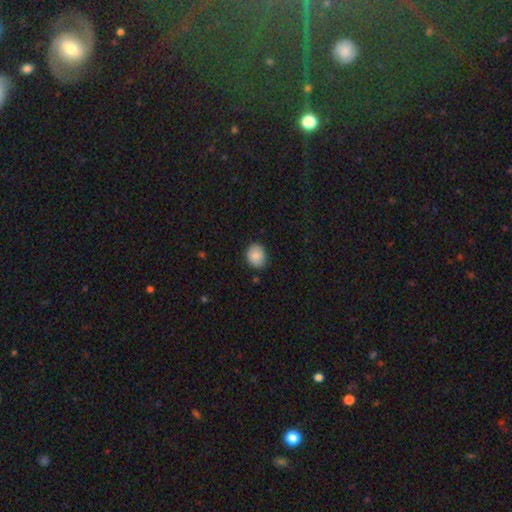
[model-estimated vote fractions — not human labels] Overall: smooth (86%). How rounded: round (59%; in between 40%). Merging: none (82%).